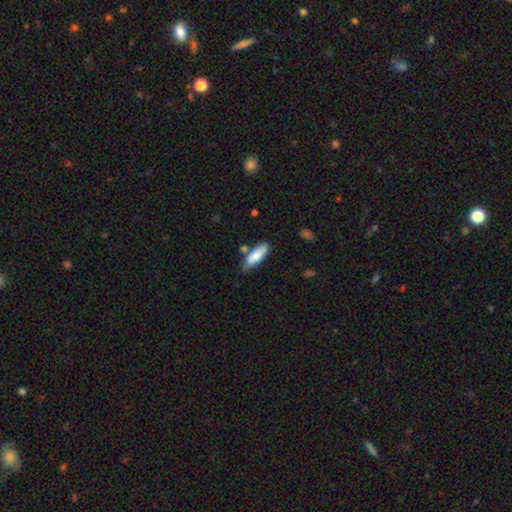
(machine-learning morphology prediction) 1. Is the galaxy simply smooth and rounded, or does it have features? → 80% smooth, 14% featured or disk, 6% star or artifact.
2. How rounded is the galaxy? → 56% in between, 42% cigar-shaped, 2% round.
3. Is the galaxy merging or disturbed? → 64% none, 23% minor disturbance, 9% merger, 5% major disturbance.